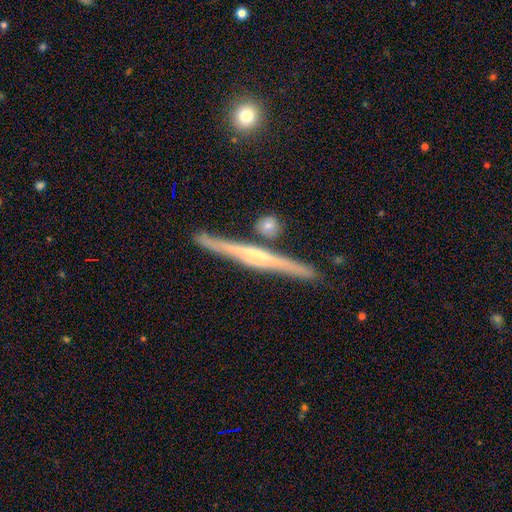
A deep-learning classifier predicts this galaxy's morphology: Smooth or featured? featured or disk (72%)
Edge-on disk? yes (97%)
Edge-on bulge? none (40%)
Merging? none (83%)